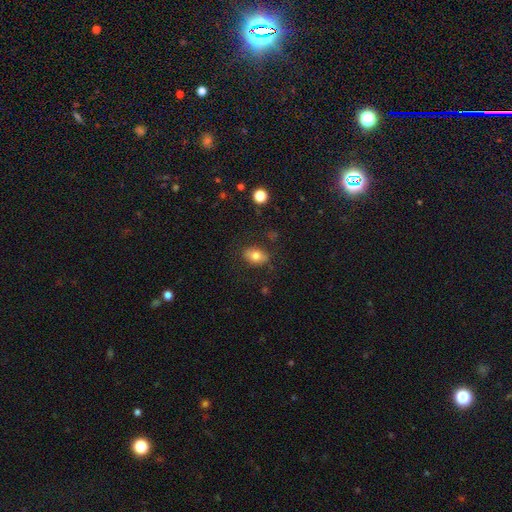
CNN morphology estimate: smooth-or-featured: smooth: 77% | featured or disk: 14% | star or artifact: 9%
  how-rounded: in between: 83% | round: 15% | cigar-shaped: 2%
  merging: none: 80% | minor disturbance: 14% | major disturbance: 4% | merger: 2%